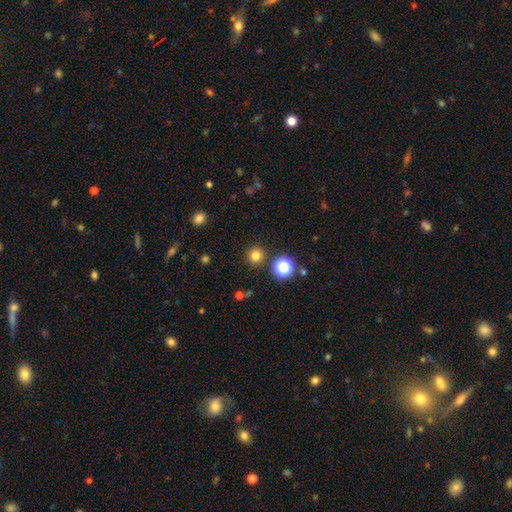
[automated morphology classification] smooth 78%, star or artifact 17%, featured or disk 5%. Down the decision tree: how rounded — round (95%); merging — none (90%).